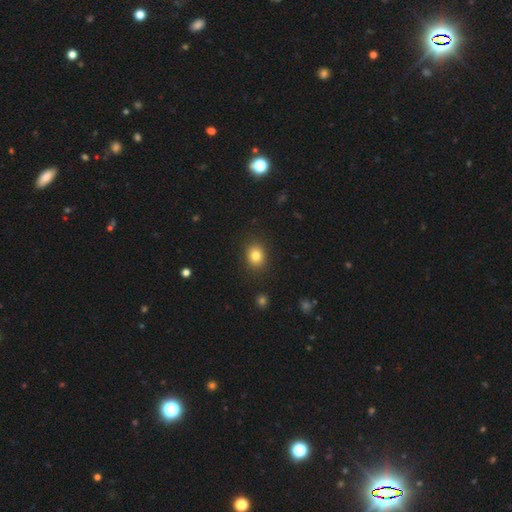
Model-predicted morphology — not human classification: smooth 82%, star or artifact 11%, featured or disk 7%. Down the decision tree: how rounded — round (58%); merging — none (88%).